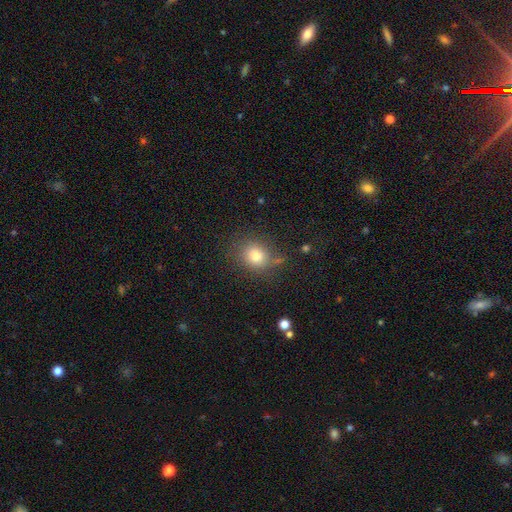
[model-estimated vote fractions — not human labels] Morphology: type=smooth (76%); roundness=round (71%); merging=none (76%).